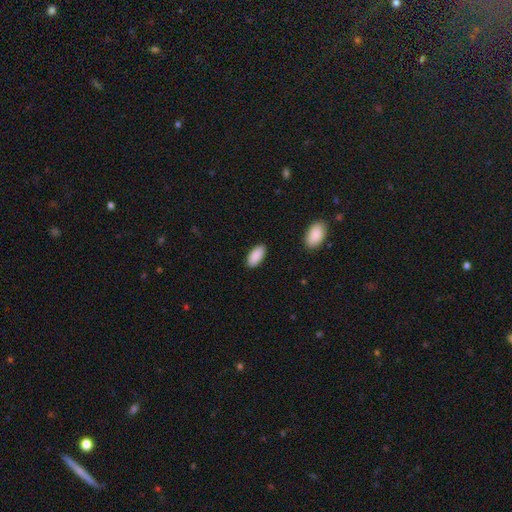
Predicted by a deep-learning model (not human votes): smooth-or-featured: smooth: 90% | star or artifact: 6% | featured or disk: 4%
  how-rounded: in between: 93% | cigar-shaped: 5% | round: 2%
  merging: none: 88% | minor disturbance: 9% | major disturbance: 2% | merger: 1%